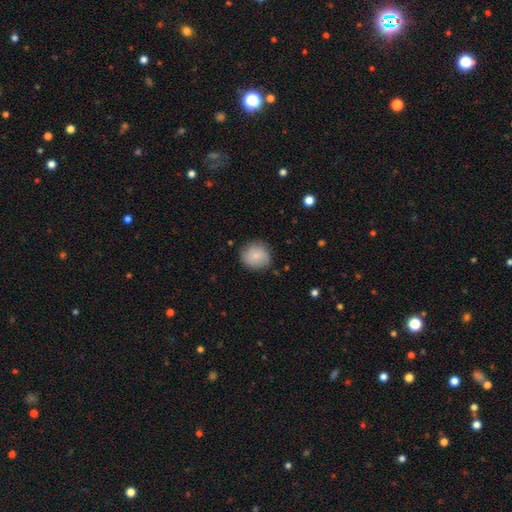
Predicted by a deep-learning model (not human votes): smooth-or-featured: smooth: 83% | featured or disk: 10% | star or artifact: 7%
  how-rounded: round: 85% | in between: 14% | cigar-shaped: 1%
  merging: none: 81% | minor disturbance: 14% | major disturbance: 3% | merger: 1%